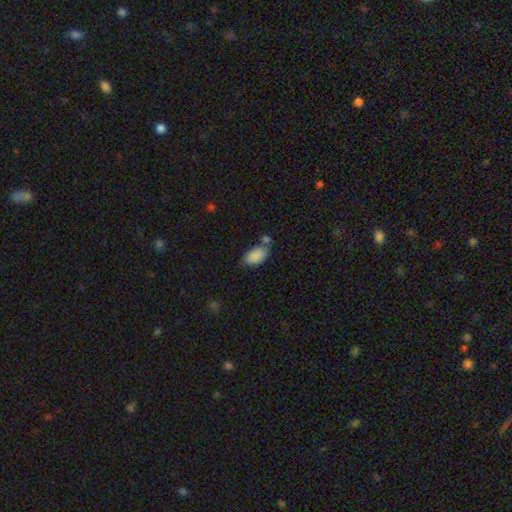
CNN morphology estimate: smooth-or-featured: smooth: 87% | star or artifact: 8% | featured or disk: 5%
  how-rounded: in between: 93% | round: 5% | cigar-shaped: 2%
  merging: none: 52% | merger: 21% | minor disturbance: 21% | major disturbance: 6%